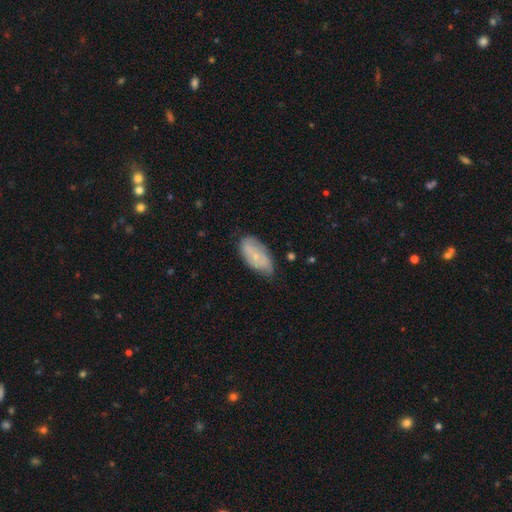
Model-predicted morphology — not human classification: smooth 49%, featured or disk 43%, star or artifact 7%. Down the decision tree: merging — none (58%).